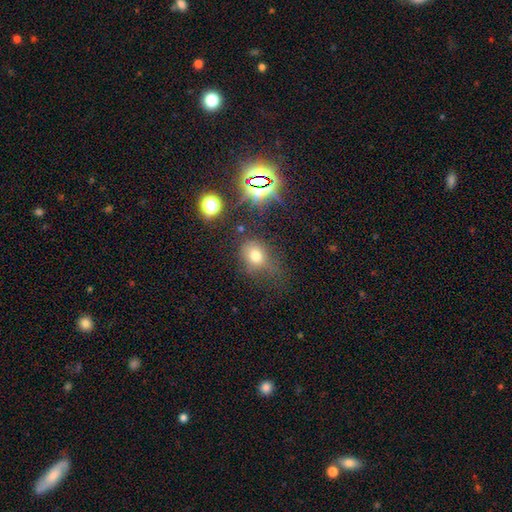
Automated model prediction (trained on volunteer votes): Morphology: type=smooth (69%); roundness=round (52%); merging=none (57%).